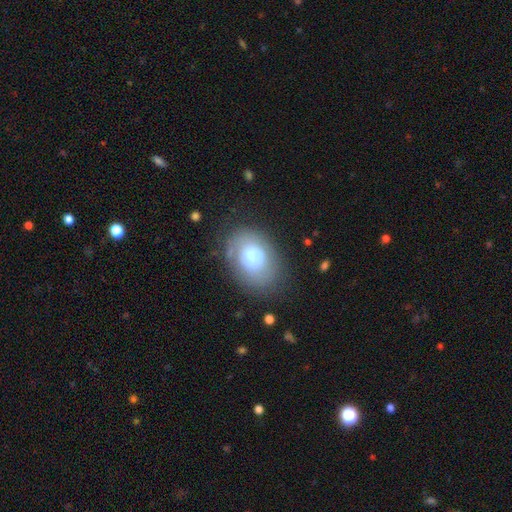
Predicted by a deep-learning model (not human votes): This appears to be a smooth galaxy with no disk features (68%) that is in between round and cigar-shaped (74%). Merging: none (70%).